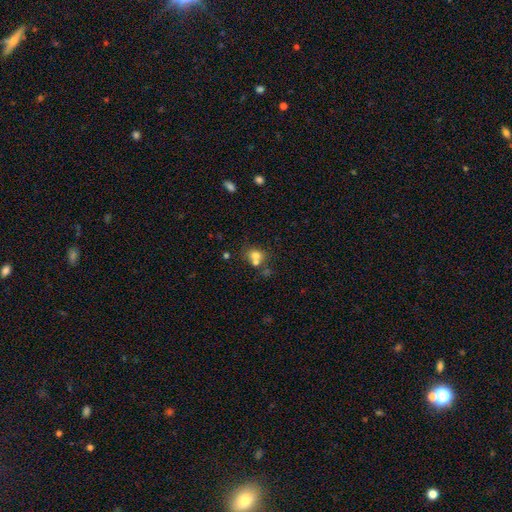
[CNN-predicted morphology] A smooth galaxy with no disk features (69%) that is round (66%). Merging: merger (48%).